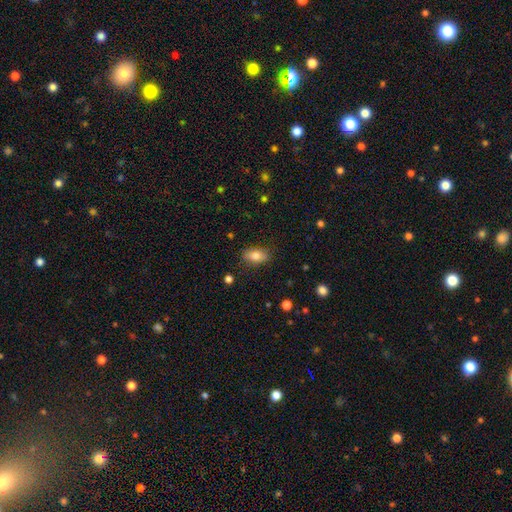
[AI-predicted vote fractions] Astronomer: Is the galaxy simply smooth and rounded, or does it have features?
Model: smooth — 81%.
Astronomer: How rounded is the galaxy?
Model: in between — 89%.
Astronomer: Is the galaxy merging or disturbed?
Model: none — 84%.